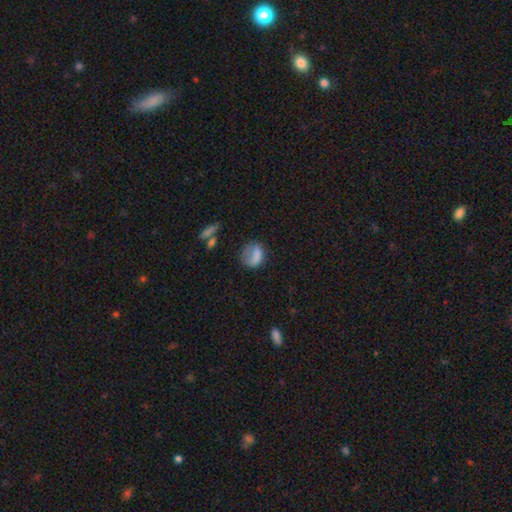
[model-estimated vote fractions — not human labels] smooth 73%, featured or disk 17%, star or artifact 10%. Down the decision tree: how rounded — round (52%); merging — none (47%).